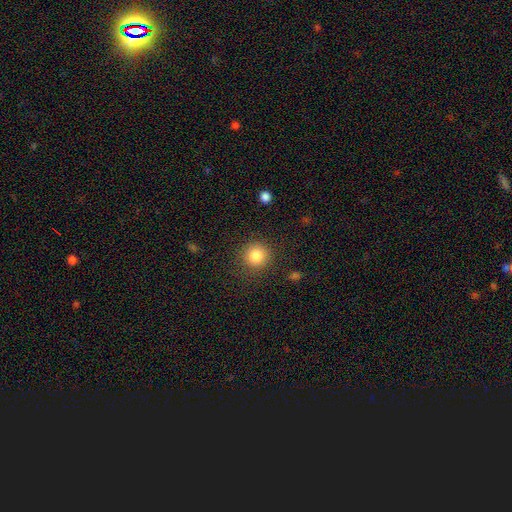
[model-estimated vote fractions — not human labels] This appears to be a smooth galaxy with no disk features (84%) that is round (92%). Merging: none (87%).